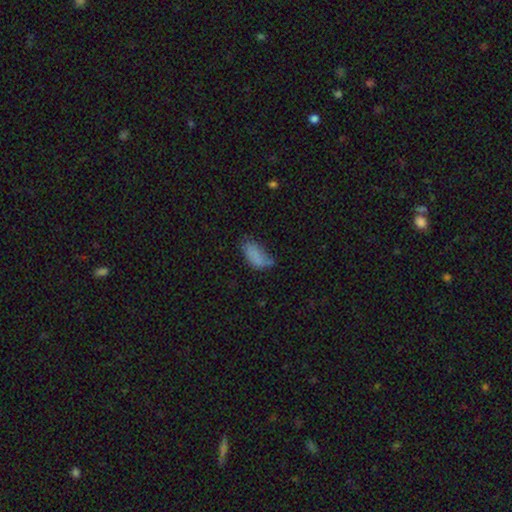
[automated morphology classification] smooth-or-featured: smooth: 79% | featured or disk: 11% | star or artifact: 10%
  how-rounded: in between: 91% | cigar-shaped: 7% | round: 3%
  merging: none: 42% | minor disturbance: 37% | major disturbance: 17% | merger: 5%